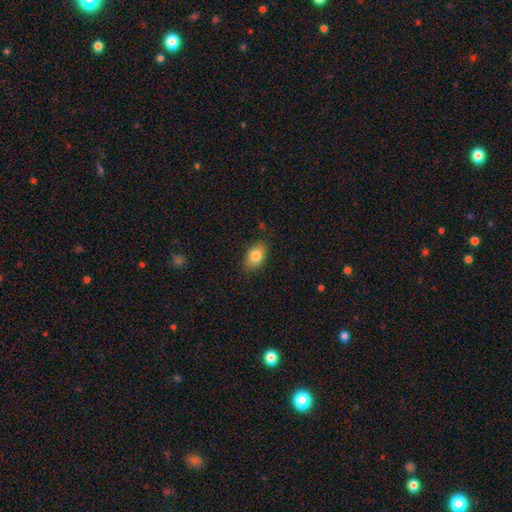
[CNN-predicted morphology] A smooth galaxy with no disk features (82%) that is in between round and cigar-shaped (87%).

Vote fractions:
- Smooth or featured? smooth: 82% / featured or disk: 10% / star or artifact: 8%
- How rounded? in between: 87% / round: 11% / cigar-shaped: 2%
- Merging? none: 83% / minor disturbance: 13% / major disturbance: 3% / merger: 1%